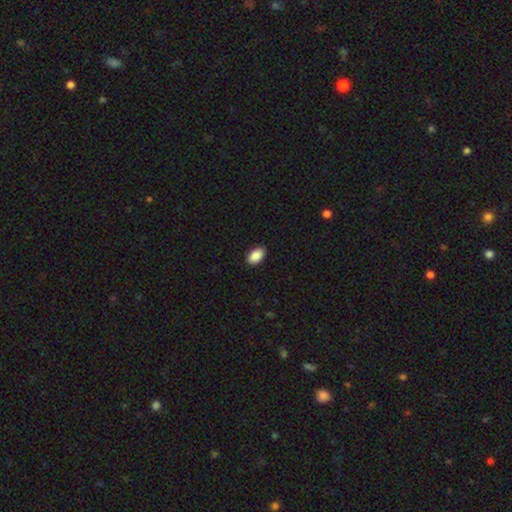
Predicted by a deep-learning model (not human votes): Overall: smooth (90%). How rounded: in between (94%). Merging: none (89%).